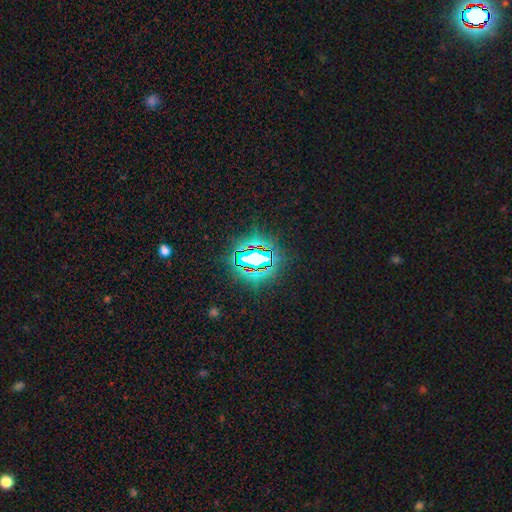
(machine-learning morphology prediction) Smooth or featured: star or artifact — 72% (smooth — 17%)